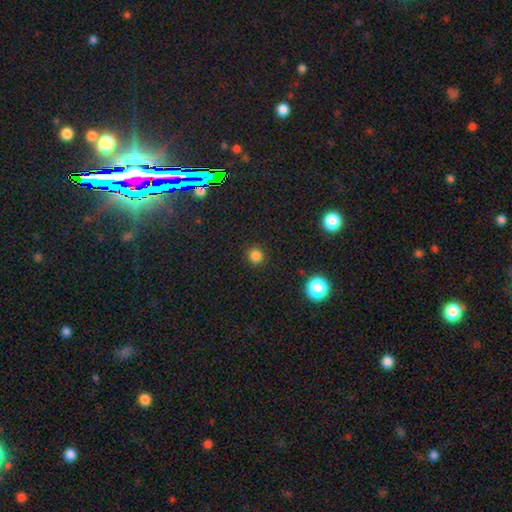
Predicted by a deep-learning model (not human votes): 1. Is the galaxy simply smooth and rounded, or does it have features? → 82% smooth, 15% star or artifact, 4% featured or disk.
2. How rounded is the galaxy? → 93% round, 6% in between, 1% cigar-shaped.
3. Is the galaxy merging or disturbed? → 90% none, 6% minor disturbance, 2% major disturbance, 1% merger.